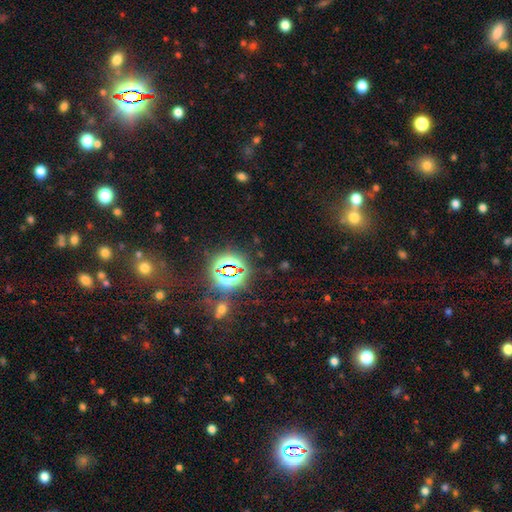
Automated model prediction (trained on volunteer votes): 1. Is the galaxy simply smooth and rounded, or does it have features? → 74% star or artifact, 18% smooth, 9% featured or disk.